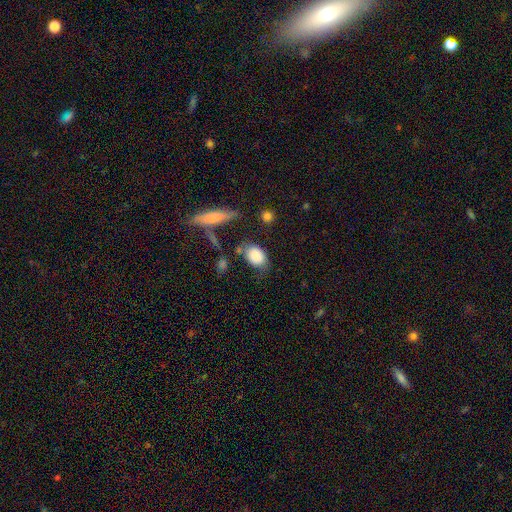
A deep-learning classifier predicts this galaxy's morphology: Overall: smooth (84%). How rounded: in between (76%). Merging: none (53%; minor disturbance 27%).